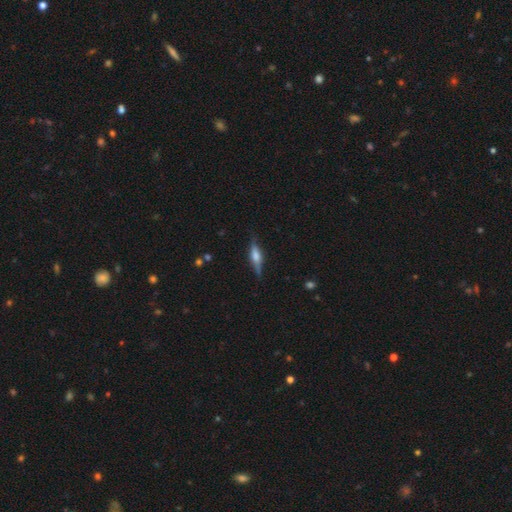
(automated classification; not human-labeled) This appears to be a featured or disk galaxy (60%) viewed edge-on (95%) with a rounded central bulge (71%). Merging: none (83%).